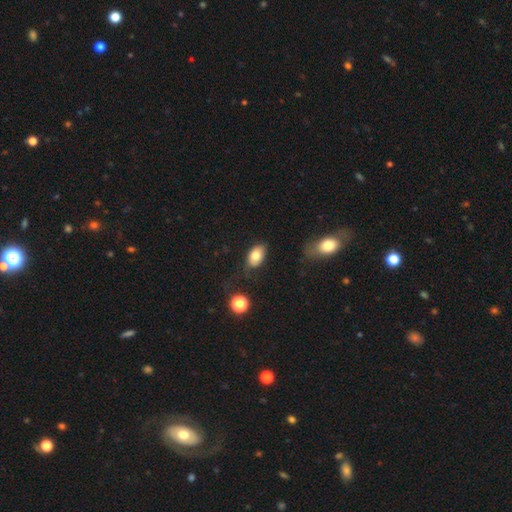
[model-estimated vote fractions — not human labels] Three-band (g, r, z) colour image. It shows a smooth galaxy with no disk features (78%) that is in between round and cigar-shaped (90%). Merging: none (76%).